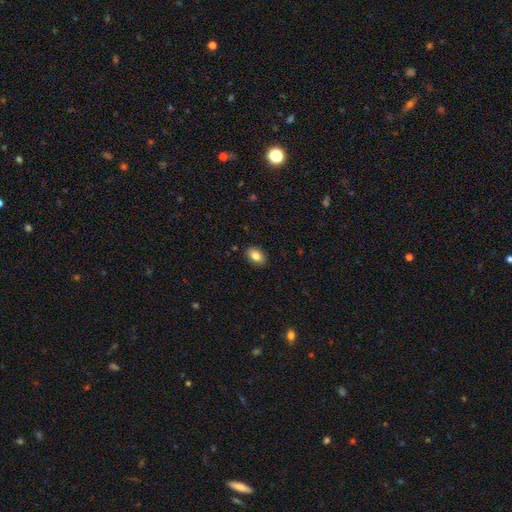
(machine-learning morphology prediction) Overall: smooth (84%). How rounded: in between (86%). Merging: none (88%).